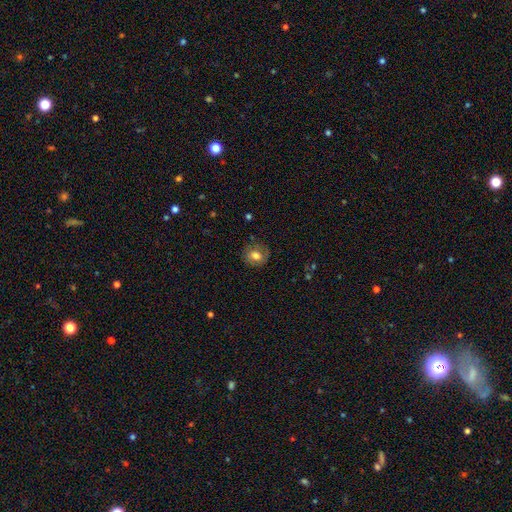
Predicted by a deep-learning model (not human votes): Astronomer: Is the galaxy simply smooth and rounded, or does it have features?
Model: smooth — 69%.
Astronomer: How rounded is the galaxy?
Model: round — 76%.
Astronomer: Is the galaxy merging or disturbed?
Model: none — 77%.